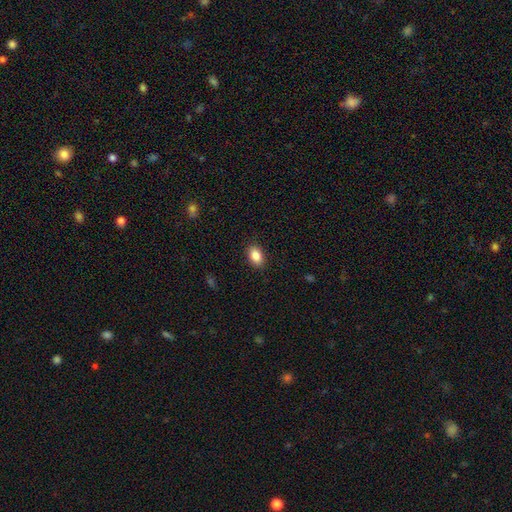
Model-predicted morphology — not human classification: Smooth or featured: smooth — 87% (star or artifact — 8%)
How rounded: in between — 87% (round — 12%)
Merging: none — 88% (minor disturbance — 9%)